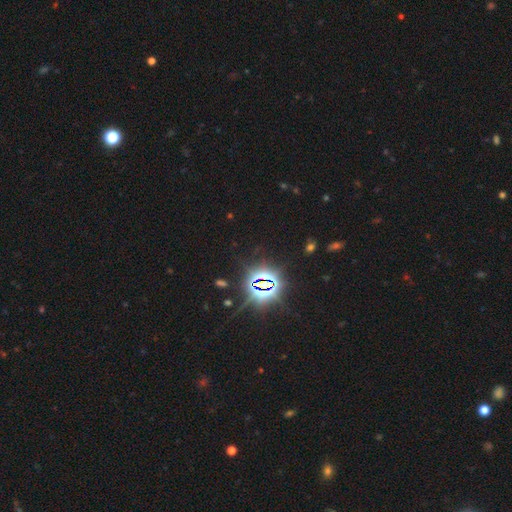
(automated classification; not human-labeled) Overall: star or artifact (84%).